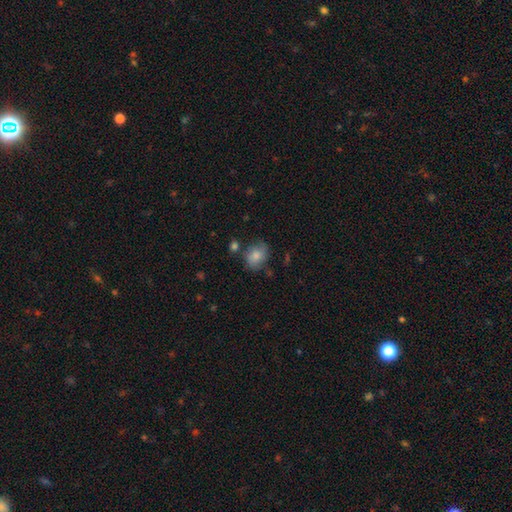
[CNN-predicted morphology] The model was most divided on "how rounded": in between: 52%, round: 47%, cigar-shaped: 1%. More confident: smooth or featured — smooth (76%); merging — none (64%).